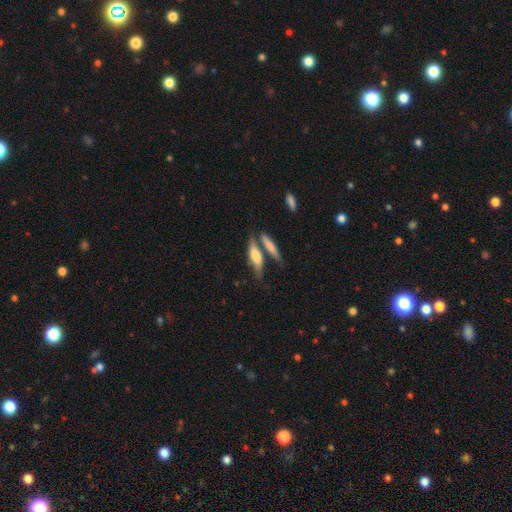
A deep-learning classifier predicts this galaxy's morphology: The model was most divided on "smooth or featured": smooth: 56%, featured or disk: 38%, star or artifact: 6%. More confident: how rounded — cigar-shaped (66%); merging — none (54%).